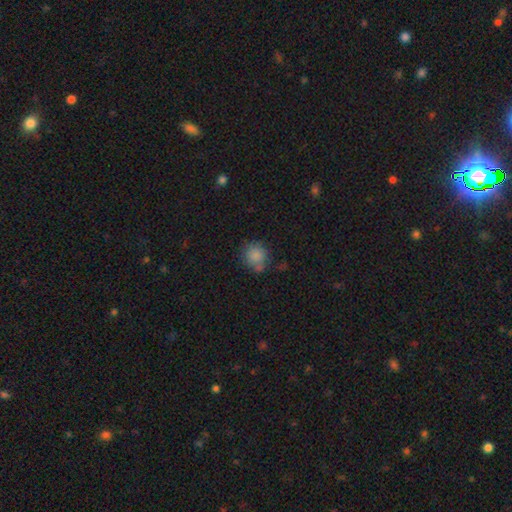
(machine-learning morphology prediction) Smooth or featured?
  - smooth: 83% *
  - star or artifact: 10%
  - featured or disk: 7%
How rounded?
  - round: 84% *
  - in between: 15%
  - cigar-shaped: 1%
Merging?
  - none: 62% *
  - minor disturbance: 21%
  - merger: 10%
  - major disturbance: 7%